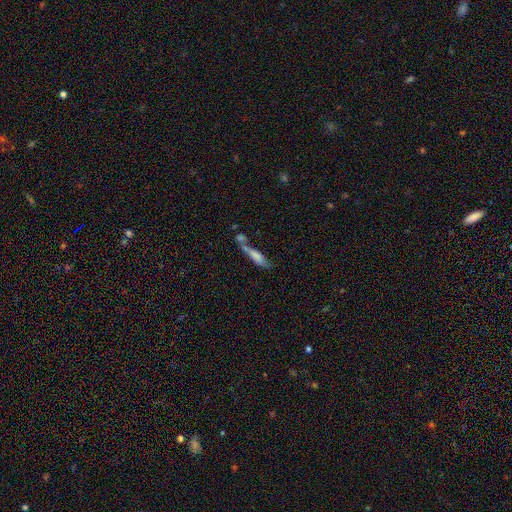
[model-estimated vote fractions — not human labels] smooth 64%, featured or disk 27%, star or artifact 8%. Down the decision tree: how rounded — cigar-shaped (72%); merging — merger (45%).